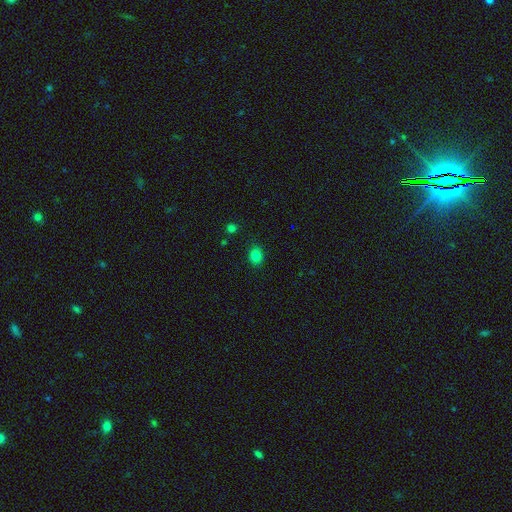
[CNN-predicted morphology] Smooth or featured: smooth — 81% (star or artifact — 14%)
How rounded: round — 57% (in between — 42%)
Merging: none — 86% (minor disturbance — 10%)